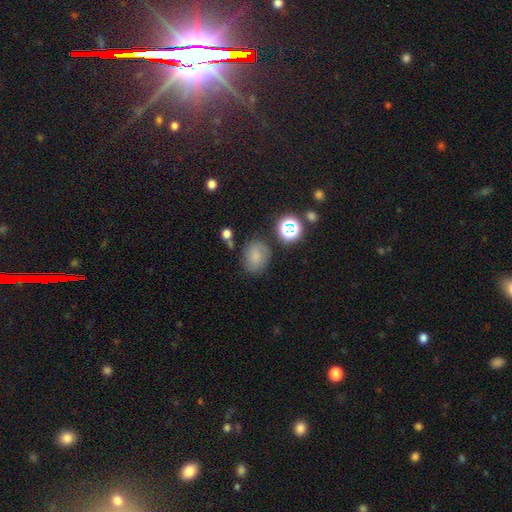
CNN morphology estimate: This is likely a smooth galaxy (65%). How rounded: likely round (63%). Merging: likely none (73%).